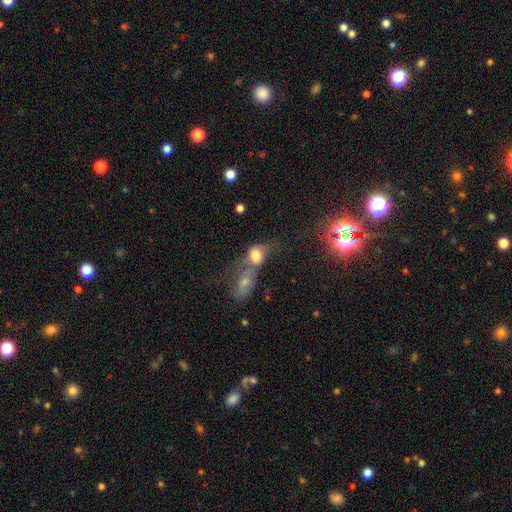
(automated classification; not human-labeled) A smooth galaxy with no disk features (69%) that is in between round and cigar-shaped (60%). Merging: merger (64%).